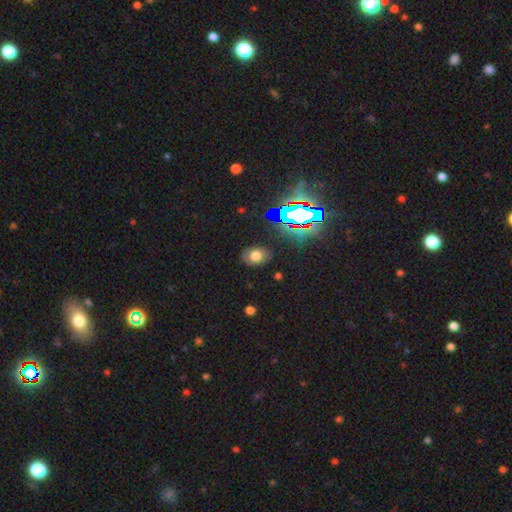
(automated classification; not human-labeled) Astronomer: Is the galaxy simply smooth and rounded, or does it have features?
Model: smooth — 63%.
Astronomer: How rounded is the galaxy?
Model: in between — 72%.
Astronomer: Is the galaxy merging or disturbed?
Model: none — 80%.